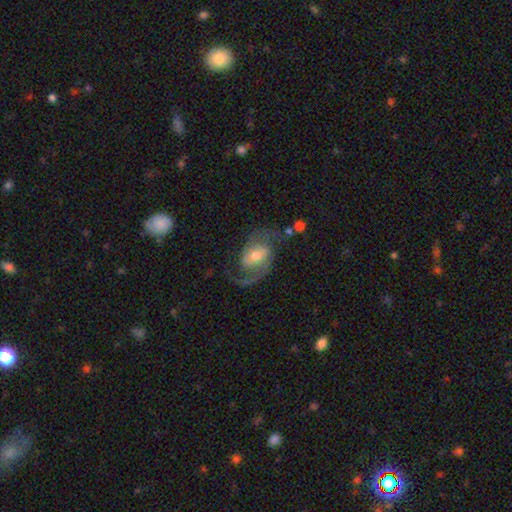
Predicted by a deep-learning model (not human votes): Smooth or featured? Predicted: featured or disk (p=0.85). Edge-on disk? Predicted: no (p=0.97). Bar? Predicted: weak (p=0.45). Spiral arms? Predicted: yes (p=0.95). Spiral winding? Predicted: medium (p=0.50). Spiral arm count? Predicted: 2 (p=0.89). Bulge size? Predicted: moderate (p=0.64). Merging? Predicted: none (p=0.69).